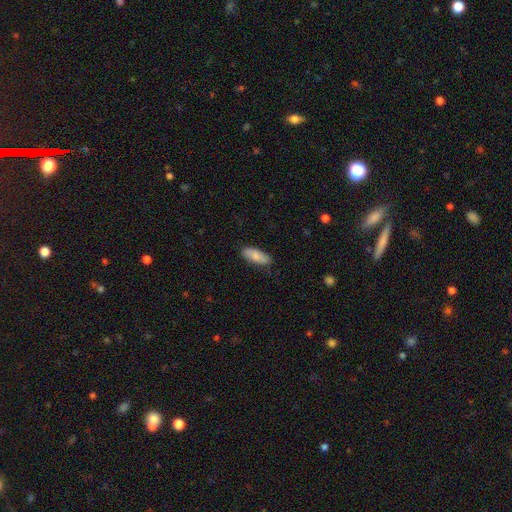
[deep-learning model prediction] A smooth galaxy with no disk features (80%) that is in between round and cigar-shaped (75%).

Vote fractions:
- Smooth or featured? smooth: 80% / featured or disk: 15% / star or artifact: 6%
- How rounded? in between: 75% / cigar-shaped: 23% / round: 2%
- Merging? none: 83% / minor disturbance: 14% / major disturbance: 2% / merger: 1%